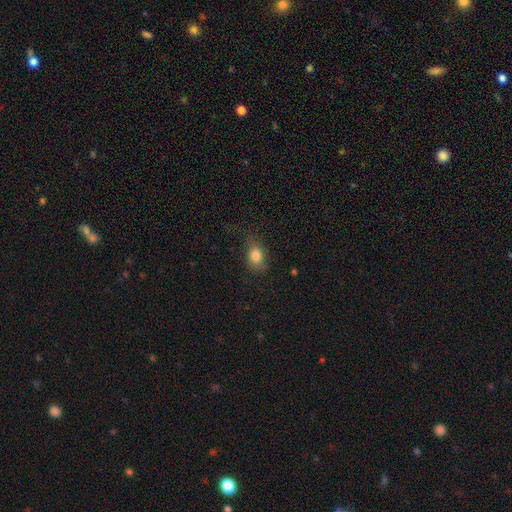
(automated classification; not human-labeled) Overall: smooth (82%). How rounded: in between (68%; round 30%). Merging: none (62%; minor disturbance 25%).